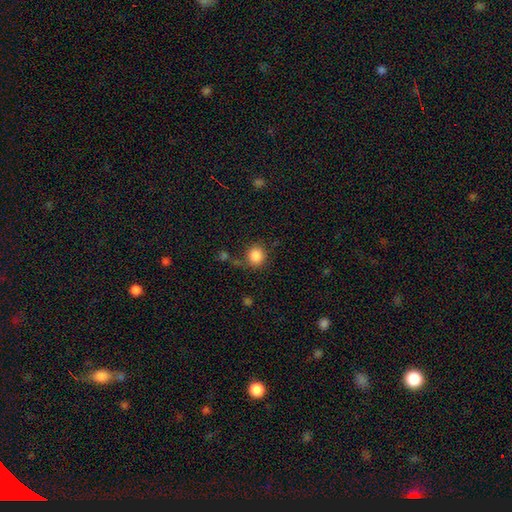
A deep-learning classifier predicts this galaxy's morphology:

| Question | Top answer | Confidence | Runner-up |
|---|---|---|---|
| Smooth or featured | smooth | 87% | star or artifact (10%) |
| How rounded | round | 83% | in between (16%) |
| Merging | none | 76% | minor disturbance (13%) |